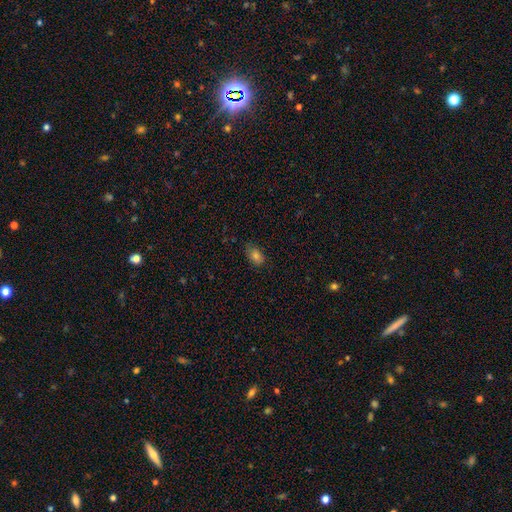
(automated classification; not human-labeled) smooth 78%, star or artifact 13%, featured or disk 8%. Down the decision tree: how rounded — in between (86%); merging — none (76%).